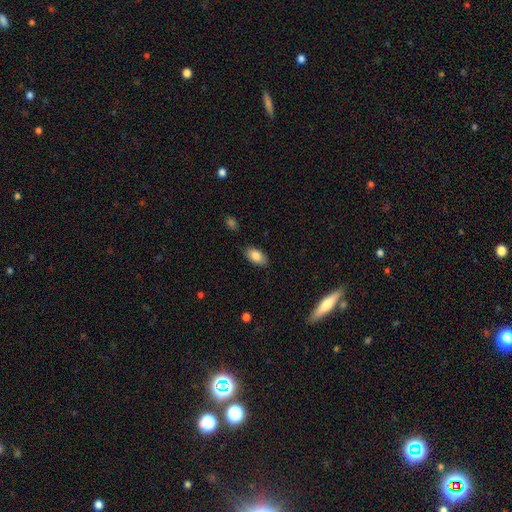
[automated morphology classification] smooth_or_featured: smooth (p=0.85) [alt: featured or disk p=0.08]
how_rounded: in between (p=0.92) [alt: round p=0.04]
merging: none (p=0.83) [alt: minor disturbance p=0.13]